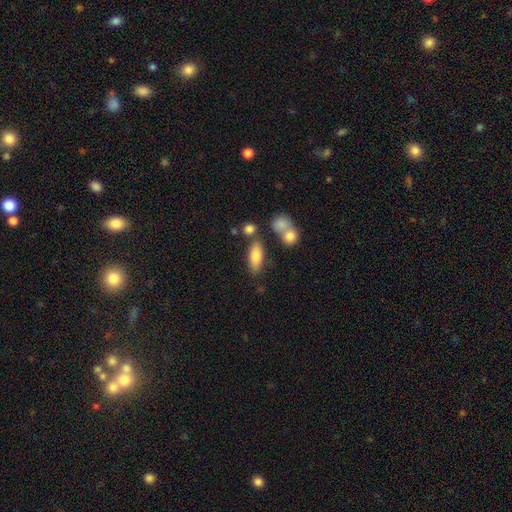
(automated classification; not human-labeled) smooth_or_featured: smooth (p=0.80) [alt: featured or disk p=0.12]
how_rounded: in between (p=0.79) [alt: cigar-shaped p=0.17]
merging: none (p=0.65) [alt: merger p=0.16]